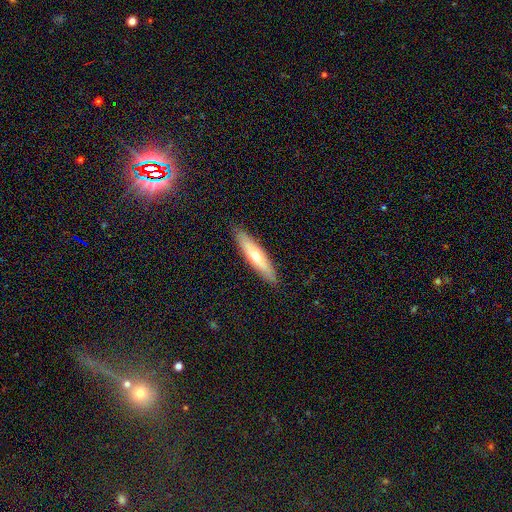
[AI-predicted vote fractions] Smooth or featured?
  - smooth: 52% *
  - featured or disk: 43%
  - star or artifact: 6%
How rounded?
  - cigar-shaped: 77% *
  - in between: 21%
  - round: 2%
Merging?
  - none: 89% *
  - minor disturbance: 8%
  - major disturbance: 2%
  - merger: 1%